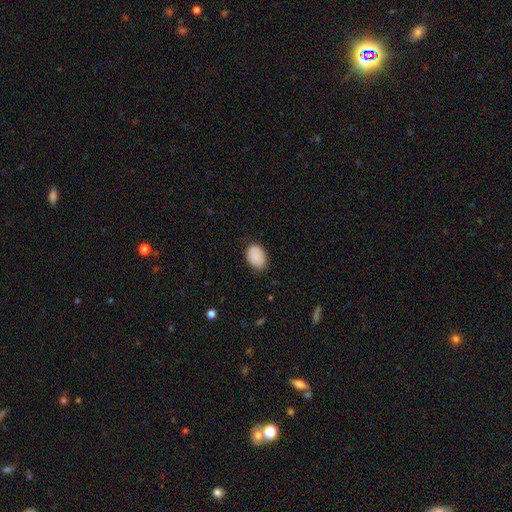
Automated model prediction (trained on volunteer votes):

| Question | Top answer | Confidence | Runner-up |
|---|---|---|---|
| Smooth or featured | smooth | 89% | star or artifact (7%) |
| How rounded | in between | 81% | round (18%) |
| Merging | none | 79% | minor disturbance (17%) |